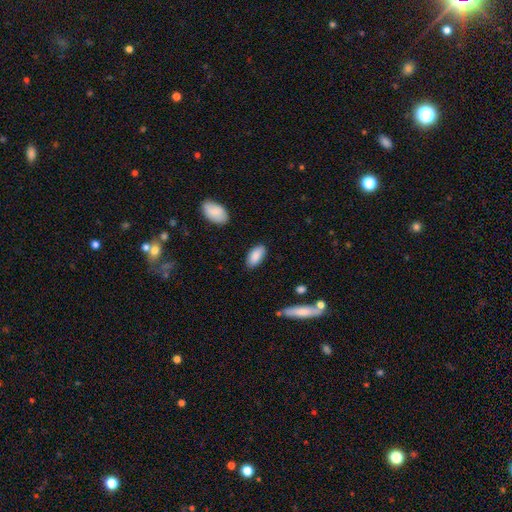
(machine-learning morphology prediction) The model was most divided on "merging": none: 85%, minor disturbance: 11%, major disturbance: 2%, merger: 2%. More confident: how rounded — in between (92%); smooth or featured — smooth (88%).